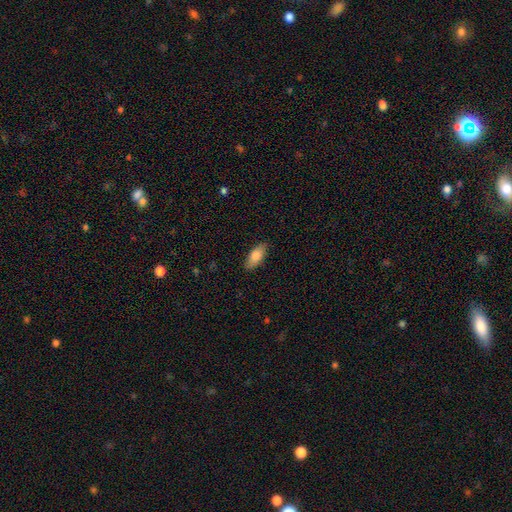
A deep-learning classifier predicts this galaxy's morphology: The model was most divided on "how rounded": in between: 83%, cigar-shaped: 15%, round: 2%. More confident: merging — none (86%); smooth or featured — smooth (81%).